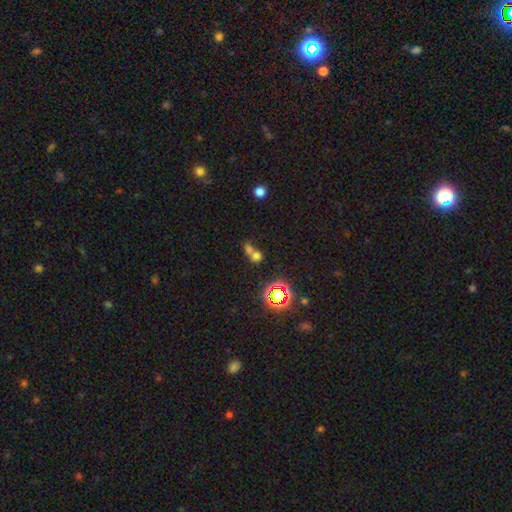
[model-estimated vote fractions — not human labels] Smooth or featured?
  - smooth: 58% *
  - star or artifact: 28%
  - featured or disk: 14%
How rounded?
  - round: 68% *
  - in between: 29%
  - cigar-shaped: 2%
Merging?
  - merger: 60% *
  - none: 31%
  - minor disturbance: 5%
  - major disturbance: 4%